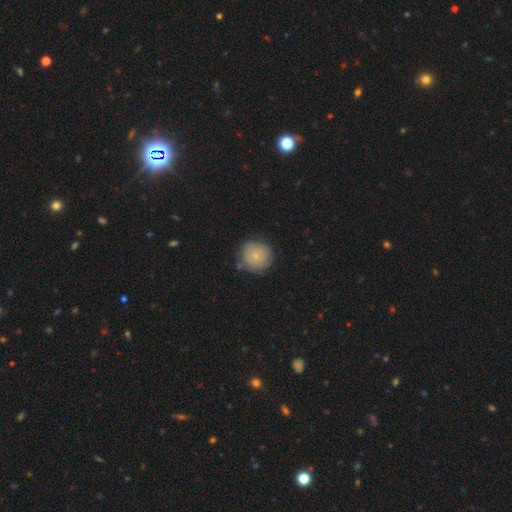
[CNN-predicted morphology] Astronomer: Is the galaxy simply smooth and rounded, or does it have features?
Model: smooth — 74%.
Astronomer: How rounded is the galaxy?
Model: round — 90%.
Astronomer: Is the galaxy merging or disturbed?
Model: none — 70%.